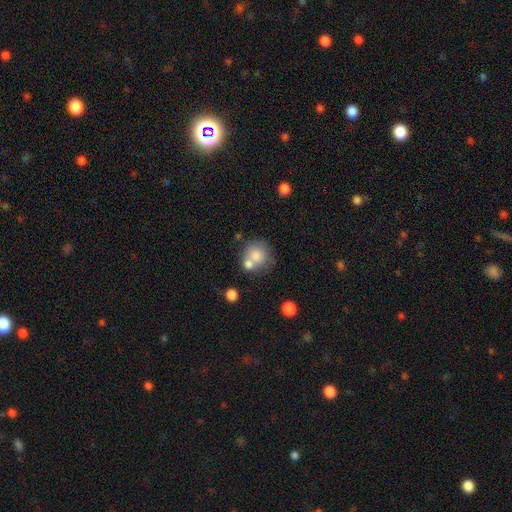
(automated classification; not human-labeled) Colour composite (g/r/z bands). It shows a smooth galaxy with no disk features (74%) that is round (82%). Merging: none (44%).